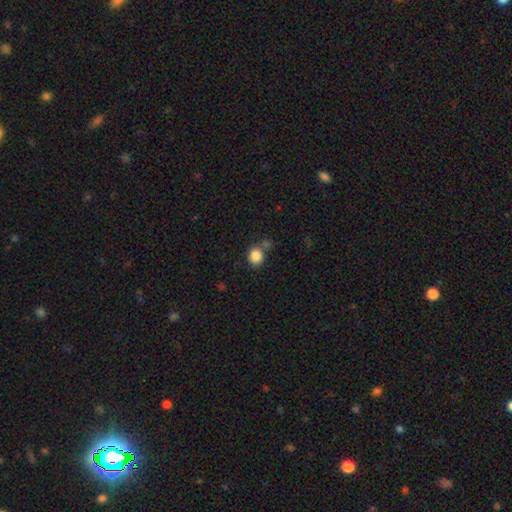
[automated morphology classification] This is clearly a smooth galaxy (86%). How rounded: likely round (80%). Merging: likely none (67%).